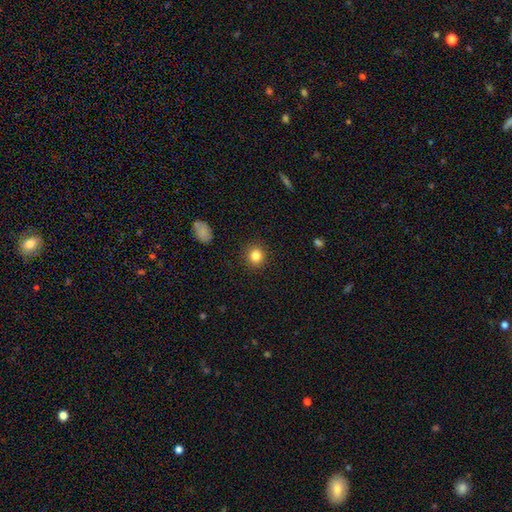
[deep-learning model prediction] A smooth galaxy with no disk features (84%) that is round (88%).

Vote fractions:
- Smooth or featured? smooth: 84% / star or artifact: 11% / featured or disk: 6%
- How rounded? round: 88% / in between: 11% / cigar-shaped: 1%
- Merging? none: 90% / minor disturbance: 6% / major disturbance: 2% / merger: 1%